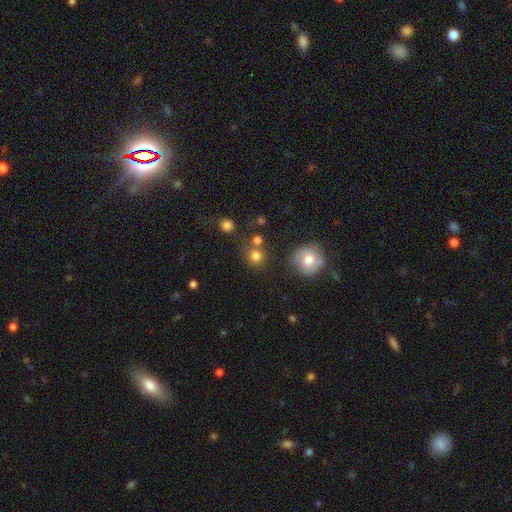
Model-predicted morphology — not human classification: A smooth galaxy with no disk features (80%) that is round (86%). Merging: none (69%).